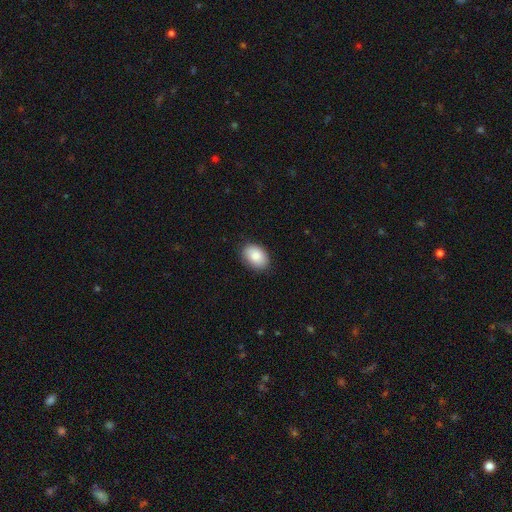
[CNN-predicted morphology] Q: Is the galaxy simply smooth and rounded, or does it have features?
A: smooth — 86%.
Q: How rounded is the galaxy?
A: in between — 86%.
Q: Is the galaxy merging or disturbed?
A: none — 86%.